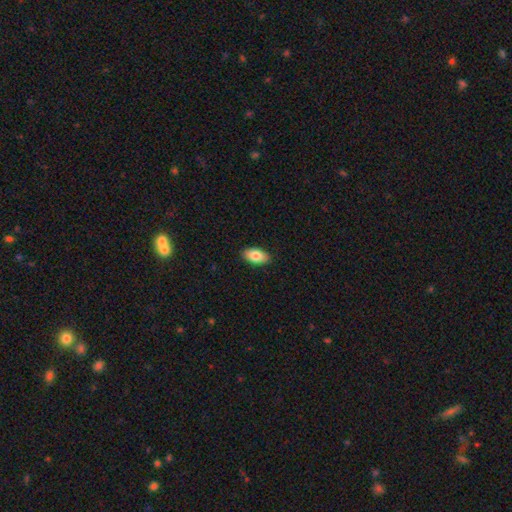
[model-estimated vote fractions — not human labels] smooth 83%, featured or disk 10%, star or artifact 6%. Down the decision tree: how rounded — in between (94%); merging — none (90%).